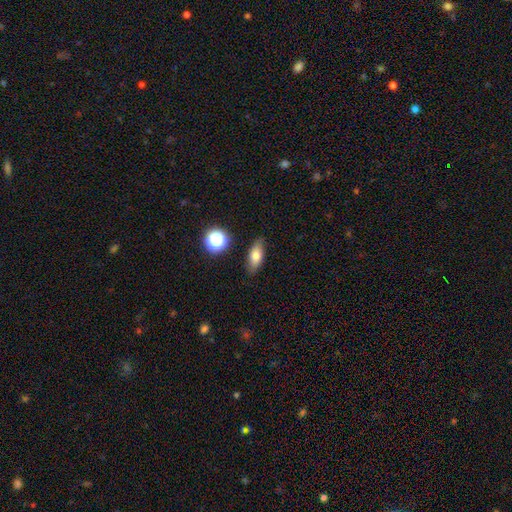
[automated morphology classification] Q: Smooth or featured?
A: smooth (75%); runner-up: featured or disk (15%)
Q: How rounded?
A: in between (77%); runner-up: cigar-shaped (16%)
Q: Merging?
A: none (83%); runner-up: minor disturbance (12%)